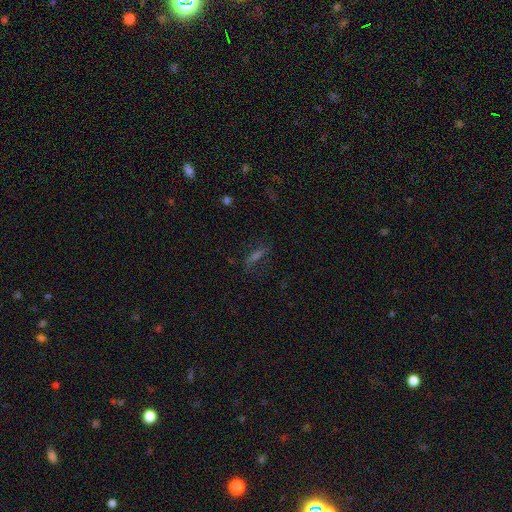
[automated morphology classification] This appears to be a smooth galaxy with no disk features (39%). Merging: none (71%).